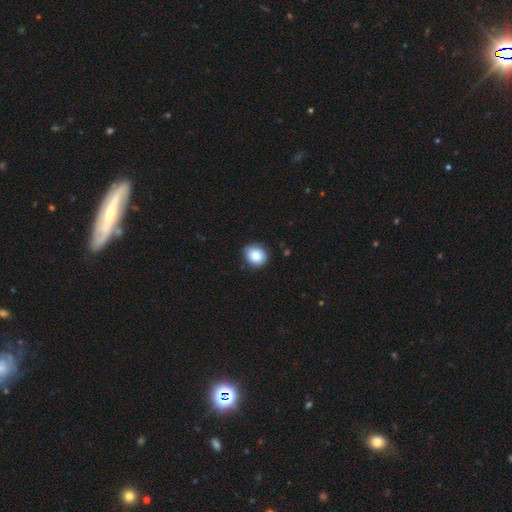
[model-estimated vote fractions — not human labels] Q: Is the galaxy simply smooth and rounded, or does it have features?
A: smooth — 86%.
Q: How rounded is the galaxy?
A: round — 69%.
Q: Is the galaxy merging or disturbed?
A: none — 83%.